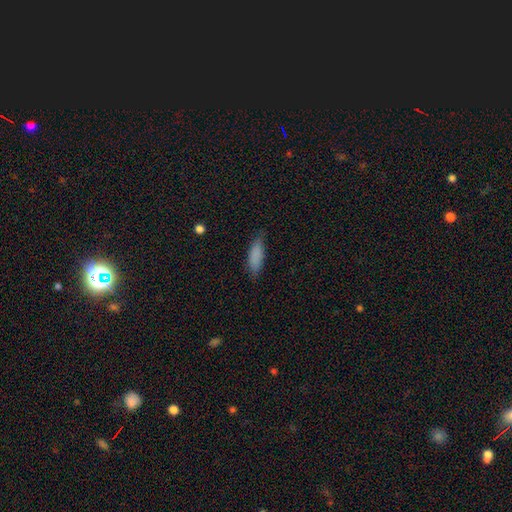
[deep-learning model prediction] smooth 85%, featured or disk 8%, star or artifact 7%. Down the decision tree: how rounded — in between (58%); merging — none (74%).